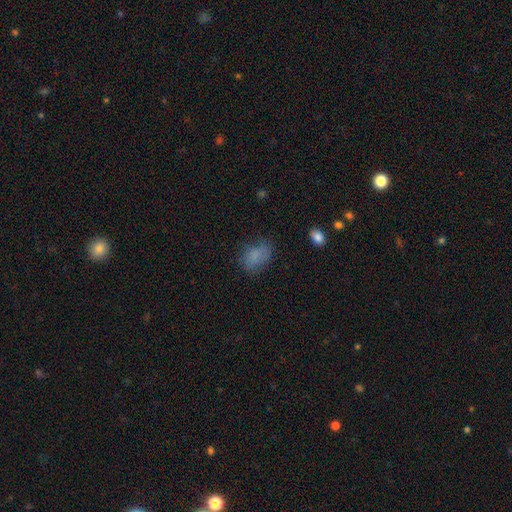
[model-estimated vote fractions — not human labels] smooth-or-featured: smooth: 76% | featured or disk: 12% | star or artifact: 11%
  how-rounded: in between: 81% | round: 18% | cigar-shaped: 2%
  merging: none: 60% | minor disturbance: 27% | major disturbance: 11% | merger: 2%